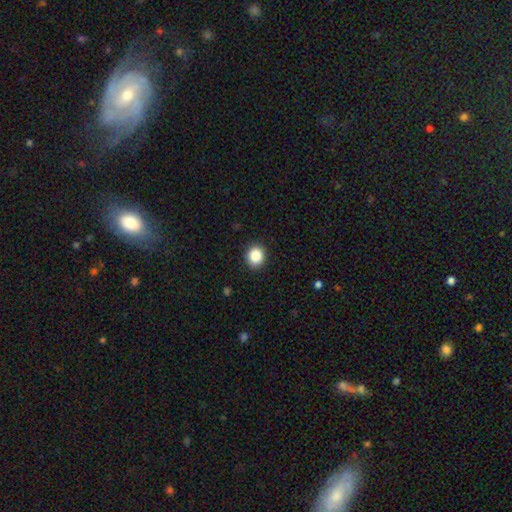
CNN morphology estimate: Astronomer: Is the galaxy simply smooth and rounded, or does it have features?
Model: smooth — 87%.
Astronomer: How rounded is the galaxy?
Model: round — 72%.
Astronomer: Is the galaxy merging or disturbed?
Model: none — 91%.